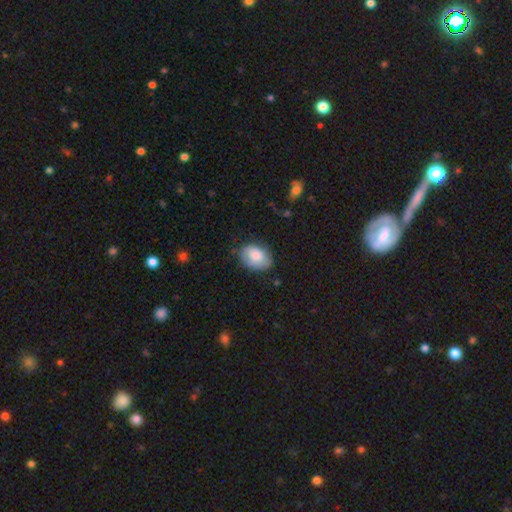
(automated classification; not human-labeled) Smooth or featured?
  - smooth: 81% *
  - featured or disk: 13%
  - star or artifact: 6%
How rounded?
  - in between: 82% *
  - round: 17%
  - cigar-shaped: 1%
Merging?
  - none: 71% *
  - minor disturbance: 22%
  - major disturbance: 5%
  - merger: 1%